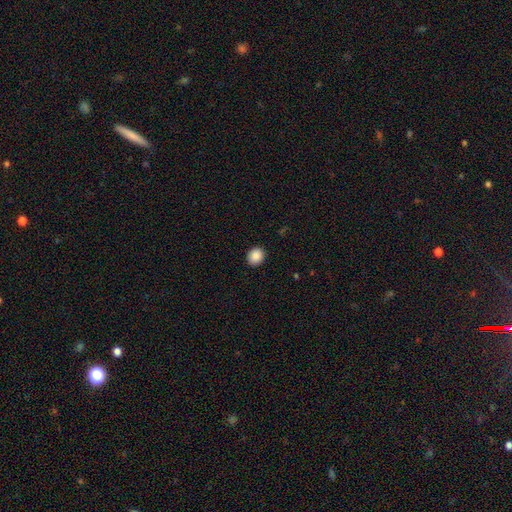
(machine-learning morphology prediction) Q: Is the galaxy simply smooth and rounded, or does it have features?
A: smooth — 88%.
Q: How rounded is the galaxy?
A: round — 75%.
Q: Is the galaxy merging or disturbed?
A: none — 91%.